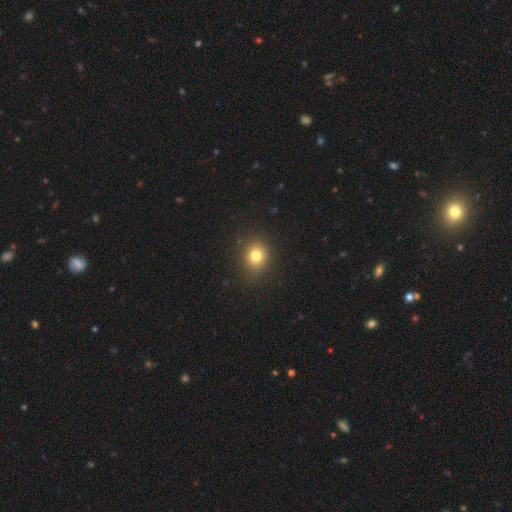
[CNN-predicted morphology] This is likely a smooth galaxy (79%). How rounded: likely round (69%). Merging: clearly none (87%).